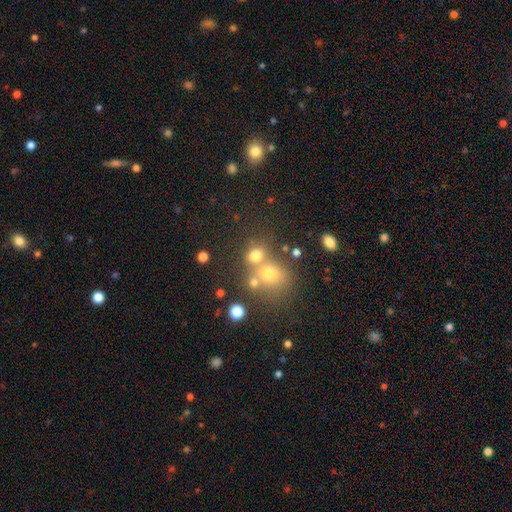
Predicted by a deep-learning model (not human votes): Morphology: type=smooth (71%); roundness=round (66%); merging=none (46%).